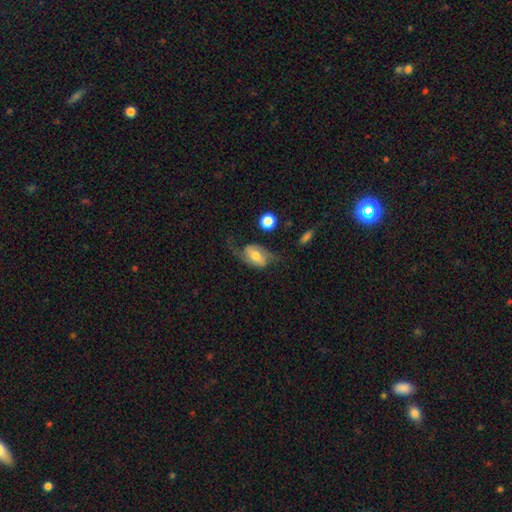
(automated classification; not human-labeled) featured or disk 62%, smooth 31%, star or artifact 7%. Down the decision tree: edge-on disk — no (93%); bar — weak (41%); spiral arms — yes (88%); spiral arm count — 2 (86%); spiral winding — loose (64%); bulge size — moderate (53%); merging — none (52%).